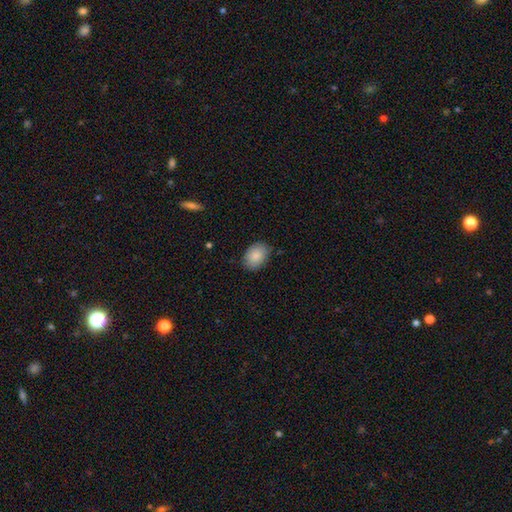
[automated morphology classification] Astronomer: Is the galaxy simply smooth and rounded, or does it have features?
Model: smooth — 87%.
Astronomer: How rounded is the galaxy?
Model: in between — 78%.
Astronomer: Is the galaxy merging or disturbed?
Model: none — 82%.